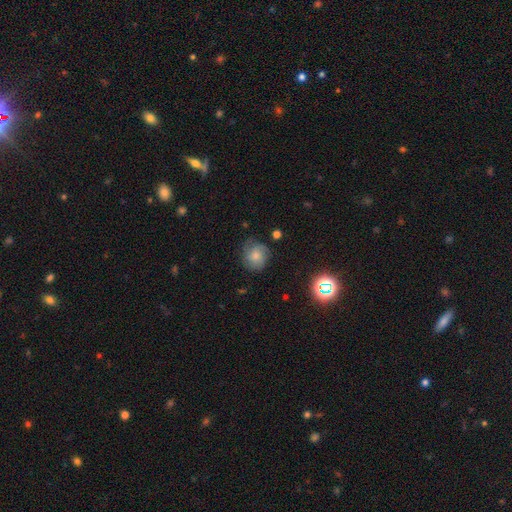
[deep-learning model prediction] Smooth or featured: smooth — 49% (featured or disk — 40%)
Merging: none — 67% (minor disturbance — 23%)